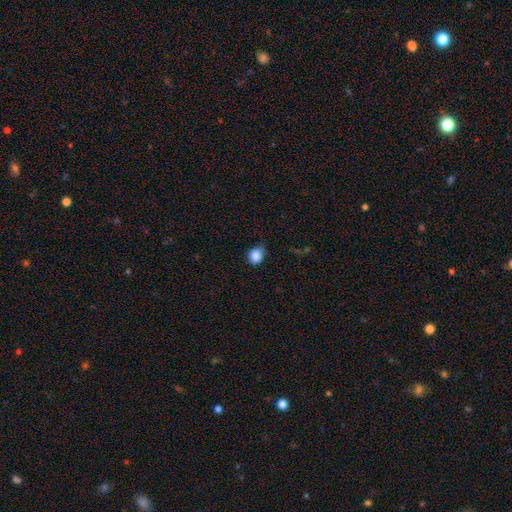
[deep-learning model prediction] Q: Smooth or featured?
A: smooth (86%); runner-up: star or artifact (10%)
Q: How rounded?
A: round (74%); runner-up: in between (25%)
Q: Merging?
A: none (61%); runner-up: minor disturbance (32%)